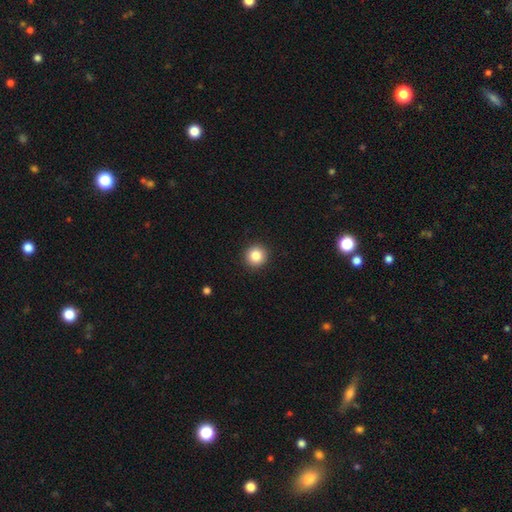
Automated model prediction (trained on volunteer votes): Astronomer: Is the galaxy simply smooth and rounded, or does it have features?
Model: smooth — 85%.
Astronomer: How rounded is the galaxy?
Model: round — 95%.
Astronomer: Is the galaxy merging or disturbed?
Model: none — 93%.